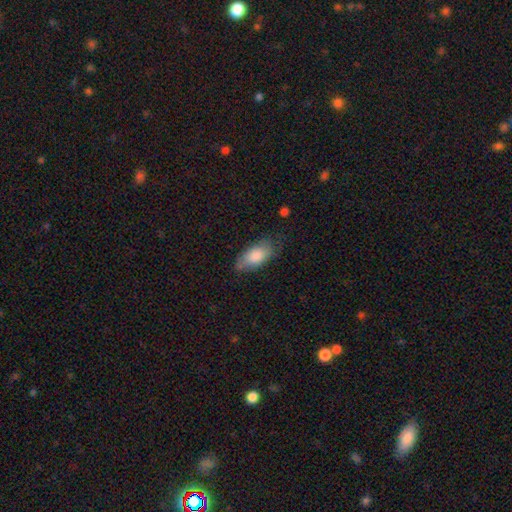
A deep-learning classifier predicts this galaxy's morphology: The model was most divided on "merging": none: 65%, minor disturbance: 27%, major disturbance: 7%, merger: 2%. More confident: how rounded — in between (89%); smooth or featured — smooth (81%).